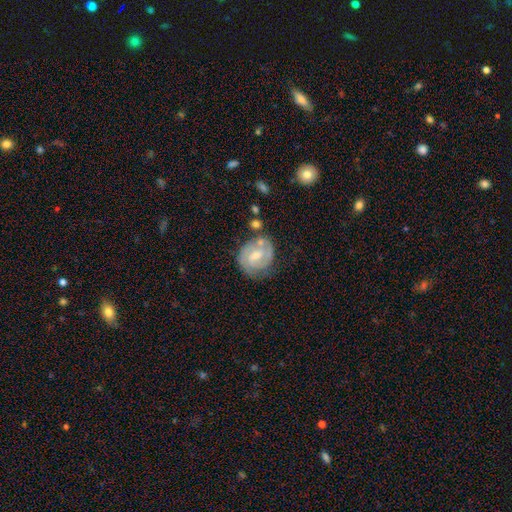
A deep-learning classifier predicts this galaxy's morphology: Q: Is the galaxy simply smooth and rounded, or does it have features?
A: featured or disk — 71%.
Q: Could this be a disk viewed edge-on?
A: no — 97%.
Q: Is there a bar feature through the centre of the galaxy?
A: weak — 56%.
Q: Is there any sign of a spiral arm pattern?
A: yes — 86%.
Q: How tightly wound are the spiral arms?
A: tight — 54%.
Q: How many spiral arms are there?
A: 2 — 64%.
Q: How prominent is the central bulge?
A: moderate — 46%.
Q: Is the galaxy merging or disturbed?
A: none — 62%.